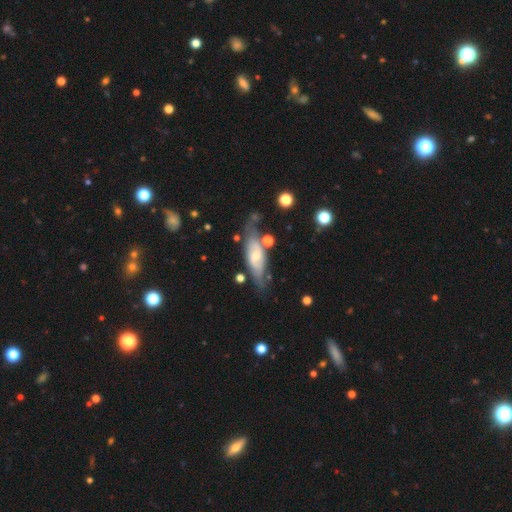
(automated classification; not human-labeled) featured or disk 61%, smooth 33%, star or artifact 6%. Down the decision tree: edge-on disk — no (74%); merging — none (57%).